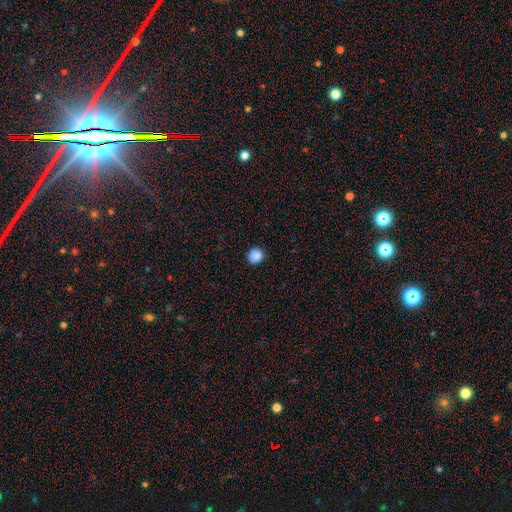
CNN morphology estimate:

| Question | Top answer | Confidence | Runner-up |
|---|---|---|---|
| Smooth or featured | smooth | 87% | star or artifact (10%) |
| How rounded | round | 92% | in between (7%) |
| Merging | none | 88% | minor disturbance (9%) |